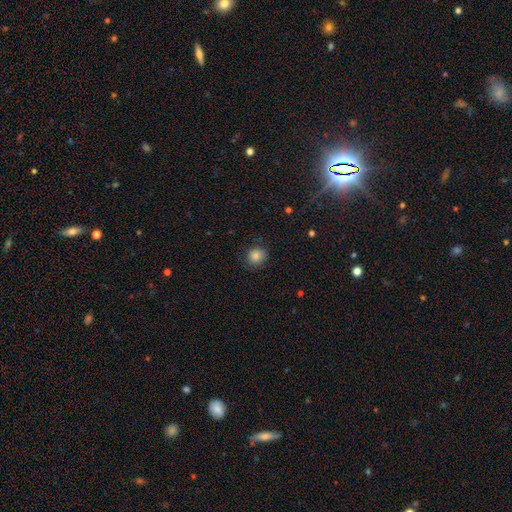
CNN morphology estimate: smooth-or-featured: smooth: 83% | star or artifact: 10% | featured or disk: 7%
  how-rounded: round: 82% | in between: 17% | cigar-shaped: 1%
  merging: none: 82% | minor disturbance: 13% | major disturbance: 4% | merger: 1%